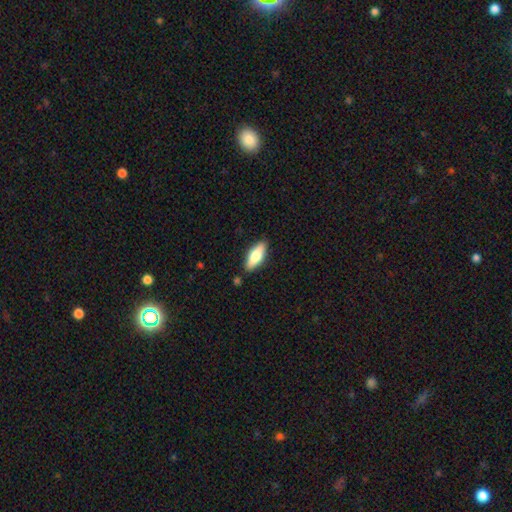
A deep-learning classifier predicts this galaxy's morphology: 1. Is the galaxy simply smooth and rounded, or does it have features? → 67% smooth, 27% featured or disk, 6% star or artifact.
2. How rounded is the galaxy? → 66% in between, 32% cigar-shaped, 2% round.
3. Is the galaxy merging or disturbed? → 86% none, 10% minor disturbance, 2% merger, 2% major disturbance.